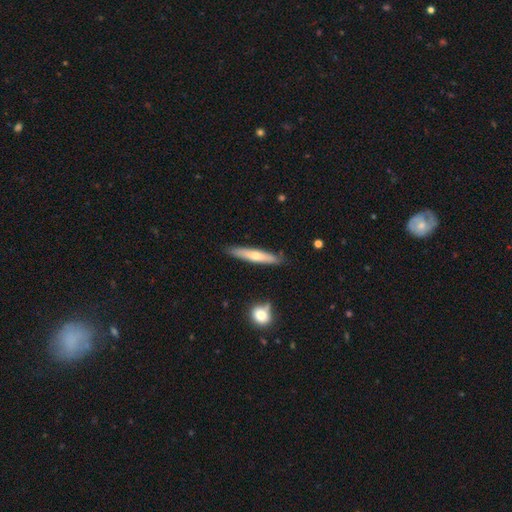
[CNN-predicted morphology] smooth_or_featured: smooth (p=0.57) [alt: featured or disk p=0.37]
how_rounded: cigar-shaped (p=0.90) [alt: in between p=0.08]
merging: none (p=0.85) [alt: minor disturbance p=0.11]